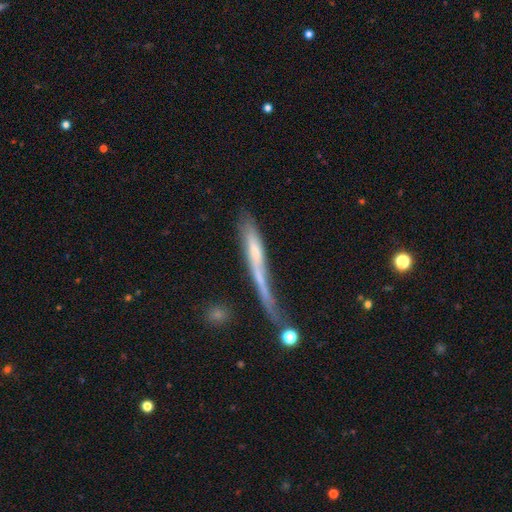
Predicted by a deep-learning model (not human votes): This is possibly a featured or disk galaxy (49%). Merging: marginally none (34%).